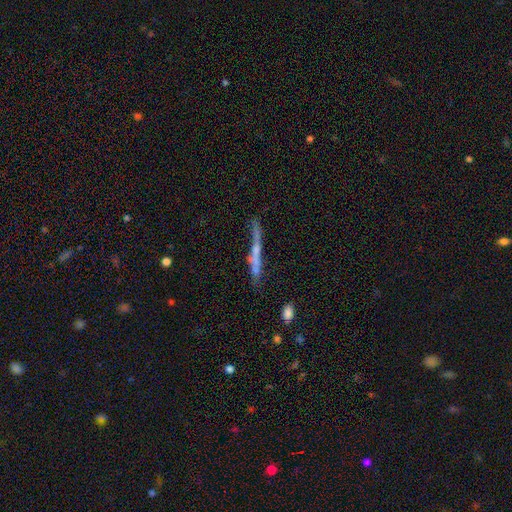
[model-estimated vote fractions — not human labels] This is possibly a featured or disk galaxy (54%). It is clearly viewed edge-on (86%). Merging: likely none (60%).